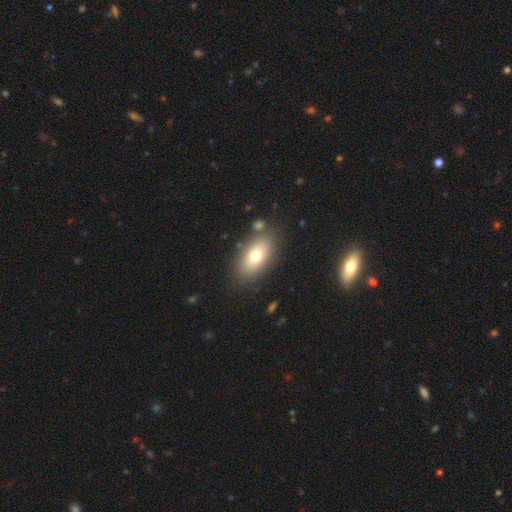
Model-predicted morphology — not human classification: smooth 72%, featured or disk 19%, star or artifact 9%. Down the decision tree: how rounded — in between (89%); merging — none (79%).